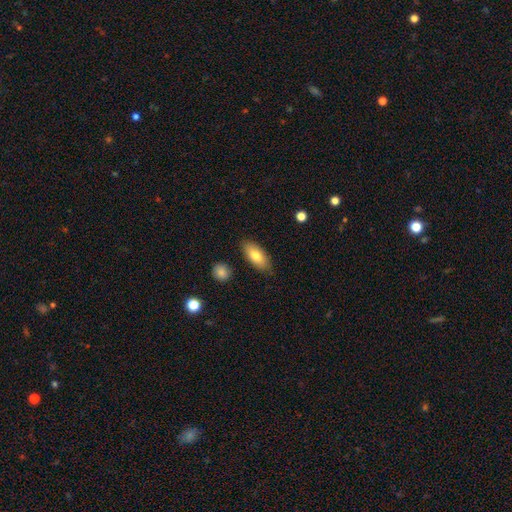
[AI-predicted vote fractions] Smooth or featured?
  - smooth: 77% *
  - featured or disk: 17%
  - star or artifact: 7%
How rounded?
  - in between: 86% *
  - cigar-shaped: 12%
  - round: 3%
Merging?
  - none: 85% *
  - minor disturbance: 11%
  - major disturbance: 2%
  - merger: 2%